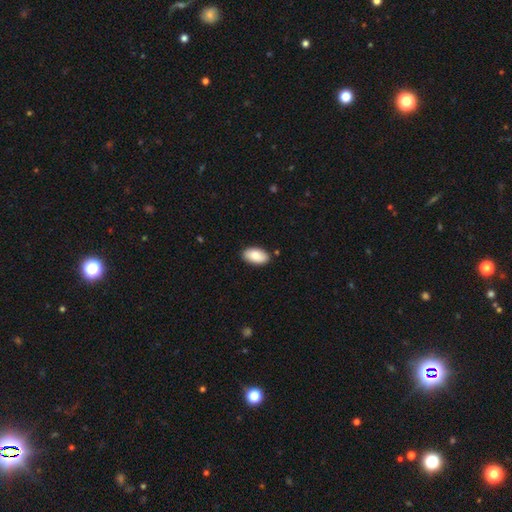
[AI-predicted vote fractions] smooth_or_featured: smooth (p=0.87) [alt: featured or disk p=0.07]
how_rounded: in between (p=0.95) [alt: round p=0.03]
merging: none (p=0.87) [alt: minor disturbance p=0.09]